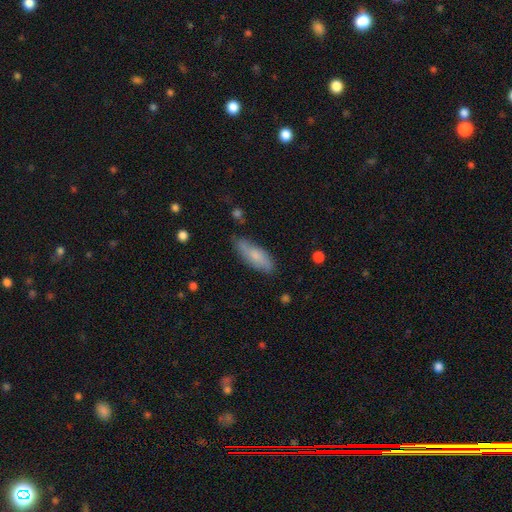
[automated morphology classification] Q: Smooth or featured?
A: smooth (69%); runner-up: featured or disk (25%)
Q: How rounded?
A: in between (64%); runner-up: cigar-shaped (34%)
Q: Merging?
A: none (73%); runner-up: minor disturbance (21%)